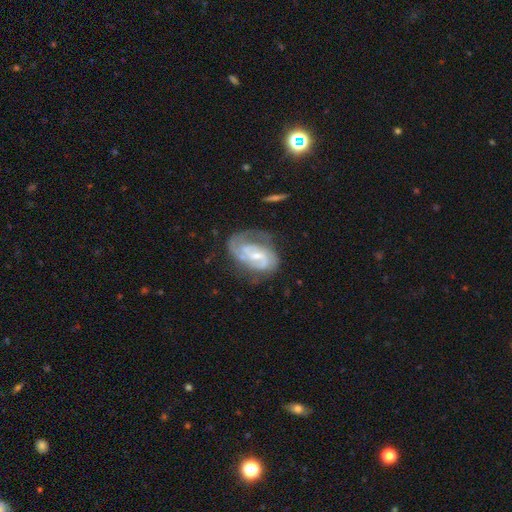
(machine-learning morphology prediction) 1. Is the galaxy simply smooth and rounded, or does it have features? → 85% featured or disk, 10% smooth, 6% star or artifact.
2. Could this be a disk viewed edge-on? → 97% no, 3% yes.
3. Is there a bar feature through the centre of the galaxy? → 52% weak, 28% no, 20% strong.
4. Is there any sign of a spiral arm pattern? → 94% yes, 6% no.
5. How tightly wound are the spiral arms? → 43% medium (tied), 43% tight (tied), 14% loose.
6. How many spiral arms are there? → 59% 2, 17% can't tell, 11% 3, 8% 1, 3% 4, 2% more than 4.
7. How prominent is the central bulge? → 54% small, 36% moderate, 6% none, 2% large, 1% dominant.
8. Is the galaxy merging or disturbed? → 54% none, 24% minor disturbance, 19% major disturbance, 3% merger.